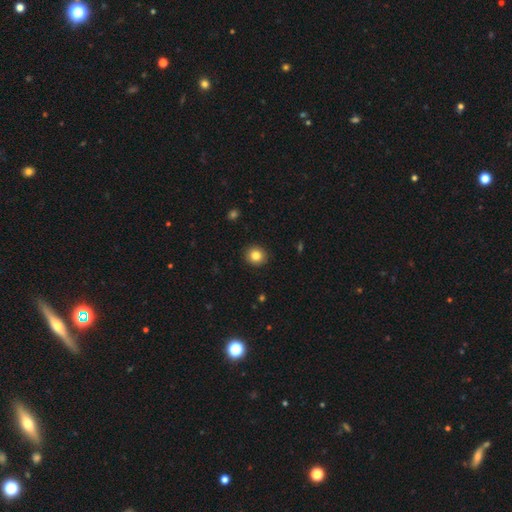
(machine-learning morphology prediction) The model was most divided on "smooth or featured": smooth: 83%, star or artifact: 10%, featured or disk: 6%. More confident: merging — none (92%); how rounded — round (87%).